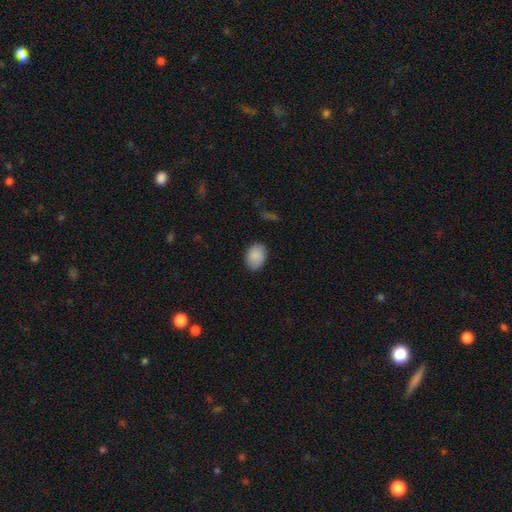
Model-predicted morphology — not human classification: This appears to be a smooth galaxy with no disk features (88%) that is in between round and cigar-shaped (74%). Merging: none (82%).